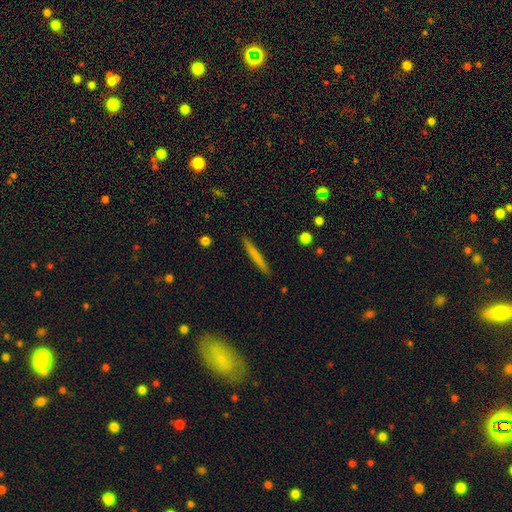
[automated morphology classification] Overall: smooth (67%; featured or disk 27%). How rounded: cigar-shaped (96%). Merging: none (91%).